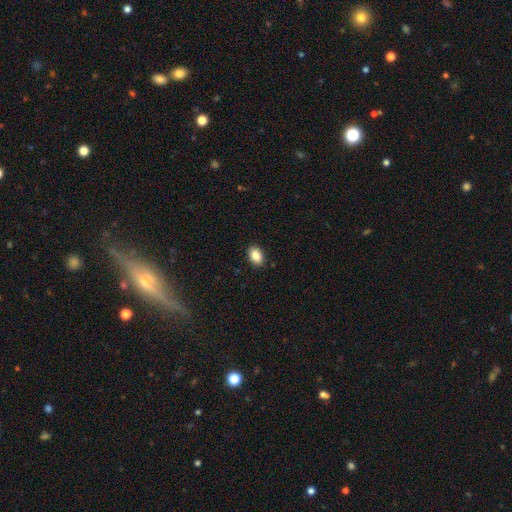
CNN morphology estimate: Smooth or featured: smooth — 88% (star or artifact — 8%)
How rounded: in between — 82% (round — 17%)
Merging: none — 90% (minor disturbance — 7%)